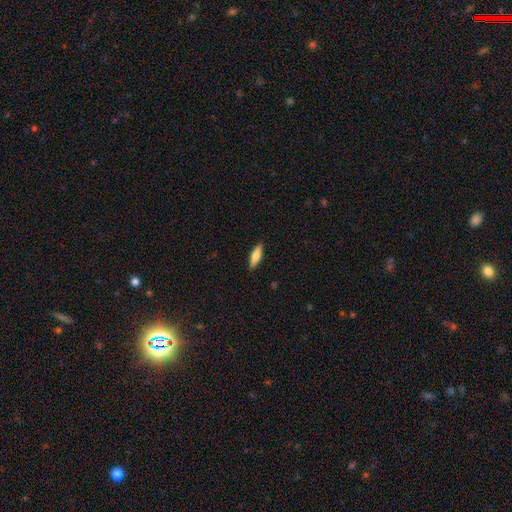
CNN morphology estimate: Q: Smooth or featured?
A: smooth (72%); runner-up: featured or disk (22%)
Q: How rounded?
A: cigar-shaped (62%); runner-up: in between (36%)
Q: Merging?
A: none (90%); runner-up: minor disturbance (8%)